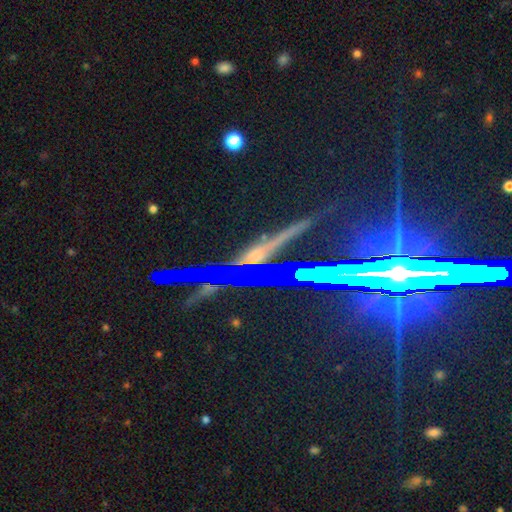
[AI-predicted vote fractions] This is likely a star or artifact rather than a galaxy (69%).